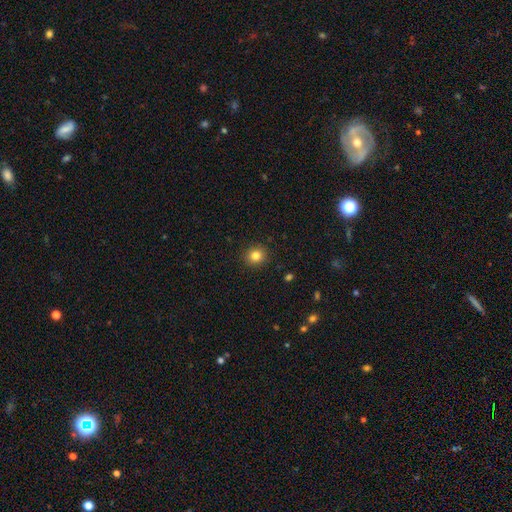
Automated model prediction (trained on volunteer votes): The model was most divided on "how rounded": round: 85%, in between: 14%, cigar-shaped: 1%. More confident: merging — none (91%); smooth or featured — smooth (83%).